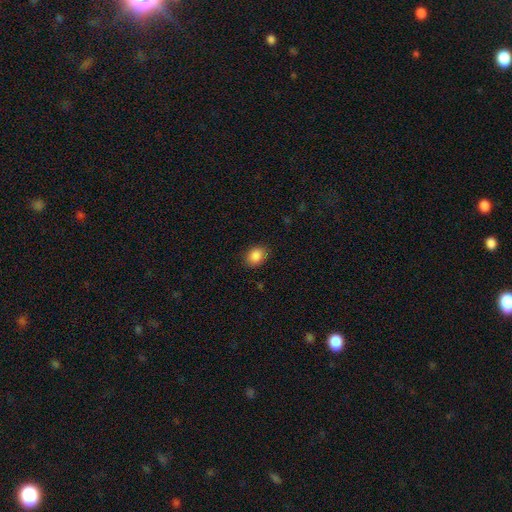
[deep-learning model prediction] A smooth galaxy with no disk features (88%) that is in between round and cigar-shaped (62%). Merging: none (84%).